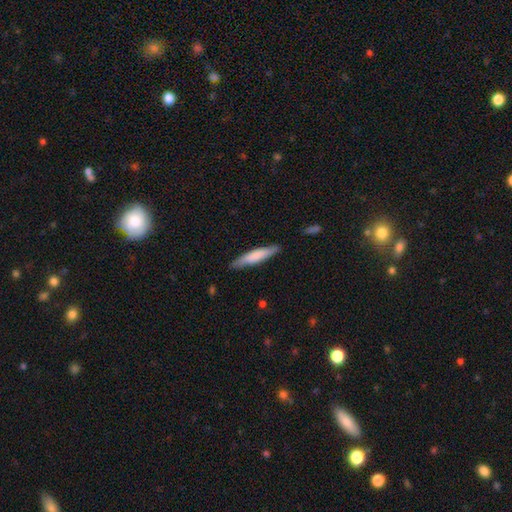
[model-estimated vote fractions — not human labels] smooth-or-featured: smooth: 67% | featured or disk: 28% | star or artifact: 5%
  how-rounded: cigar-shaped: 87% | in between: 11% | round: 1%
  merging: none: 85% | minor disturbance: 12% | major disturbance: 2% | merger: 1%